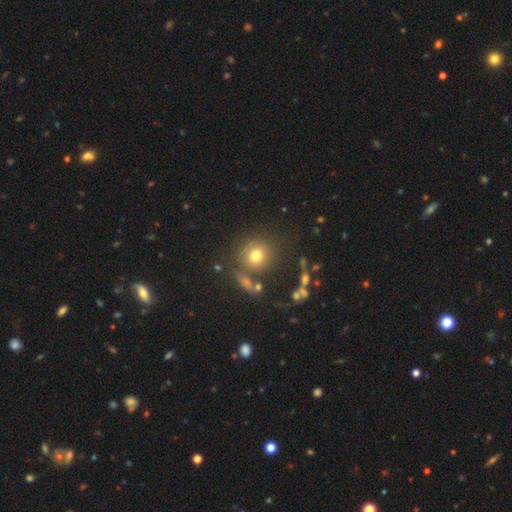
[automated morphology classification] A smooth galaxy with no disk features (73%) that is round (90%).

Vote fractions:
- Smooth or featured? smooth: 73% / star or artifact: 16% / featured or disk: 11%
- How rounded? round: 90% / in between: 9% / cigar-shaped: 1%
- Merging? none: 75% / minor disturbance: 10% / merger: 9% / major disturbance: 5%